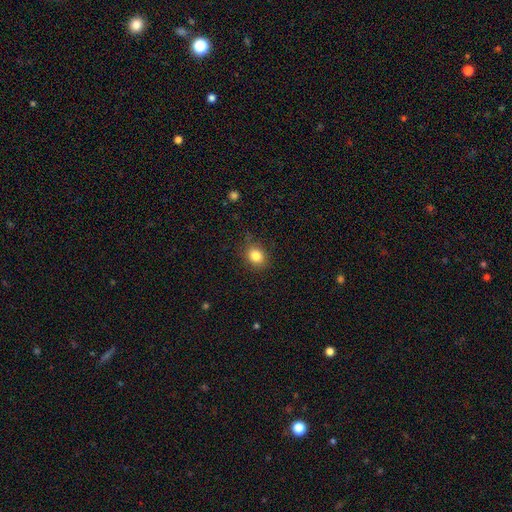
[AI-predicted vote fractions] Q: Smooth or featured?
A: smooth (84%); runner-up: star or artifact (11%)
Q: How rounded?
A: round (57%); runner-up: in between (42%)
Q: Merging?
A: none (85%); runner-up: minor disturbance (11%)